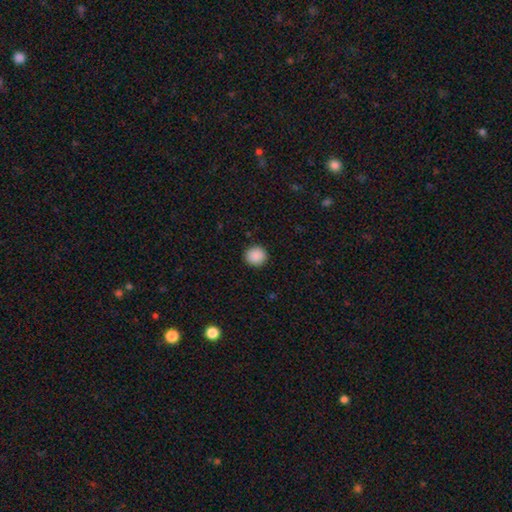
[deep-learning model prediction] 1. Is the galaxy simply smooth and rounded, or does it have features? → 90% smooth, 8% star or artifact, 2% featured or disk.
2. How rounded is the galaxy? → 91% round, 8% in between, 1% cigar-shaped.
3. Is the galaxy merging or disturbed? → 92% none, 5% minor disturbance, 2% major disturbance, 1% merger.